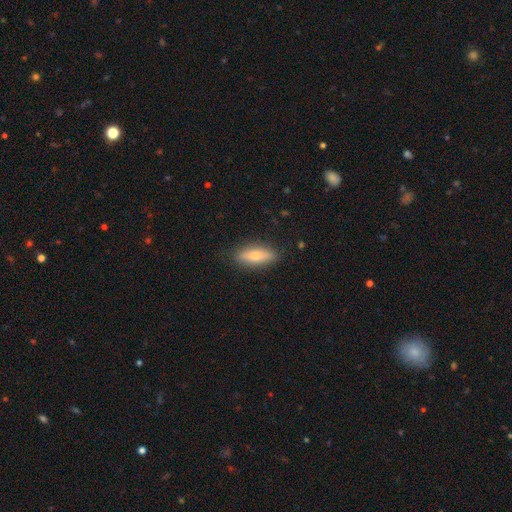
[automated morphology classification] Overall: smooth (67%; featured or disk 27%). How rounded: in between (58%; cigar-shaped 39%). Merging: none (86%).